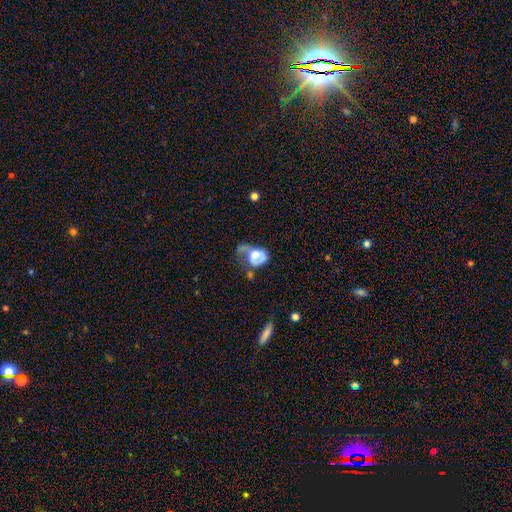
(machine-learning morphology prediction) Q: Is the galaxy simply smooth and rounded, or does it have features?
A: smooth — 52%.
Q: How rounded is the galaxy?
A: in between — 66%.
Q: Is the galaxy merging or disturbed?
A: major disturbance — 49%.